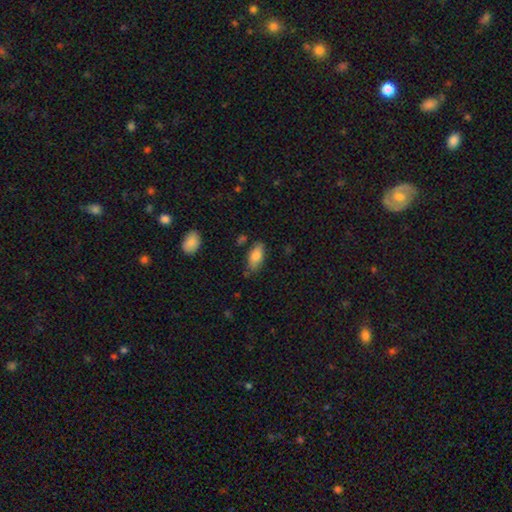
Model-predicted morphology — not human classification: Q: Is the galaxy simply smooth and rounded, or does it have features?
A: smooth — 80%.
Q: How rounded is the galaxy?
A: in between — 87%.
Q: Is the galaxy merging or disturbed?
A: none — 72%.